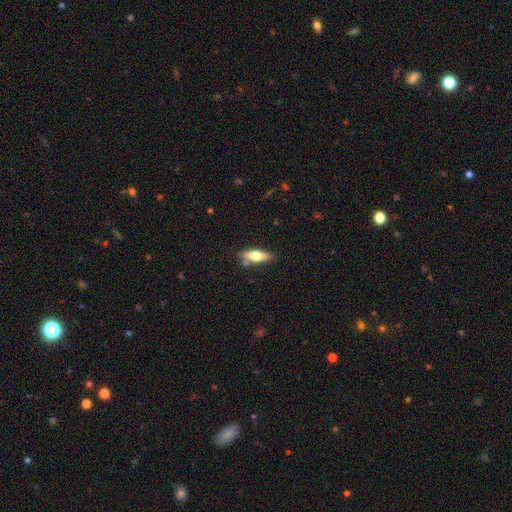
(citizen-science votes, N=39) A smooth galaxy with no disk features (54%) that is cigar-shaped (57%). Merging: none (82%).